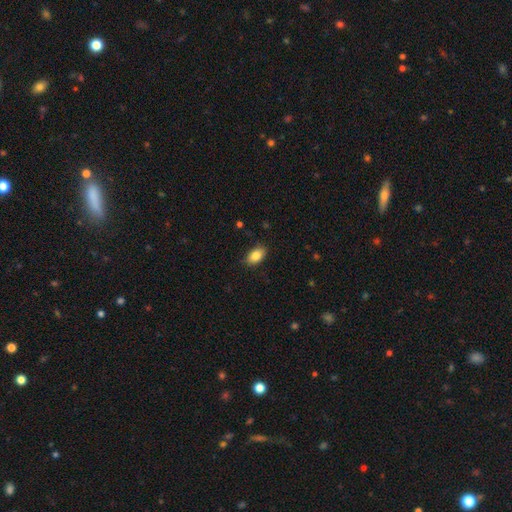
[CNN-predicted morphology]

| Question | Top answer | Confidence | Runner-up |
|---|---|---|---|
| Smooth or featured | smooth | 85% | star or artifact (8%) |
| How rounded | in between | 90% | round (7%) |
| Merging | none | 85% | minor disturbance (12%) |